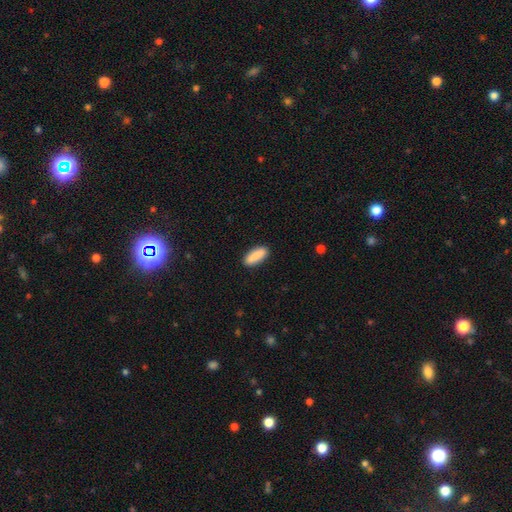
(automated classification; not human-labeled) smooth-or-featured: smooth: 89% | star or artifact: 6% | featured or disk: 5%
  how-rounded: in between: 66% | cigar-shaped: 32% | round: 2%
  merging: none: 90% | minor disturbance: 7% | major disturbance: 2% | merger: 1%